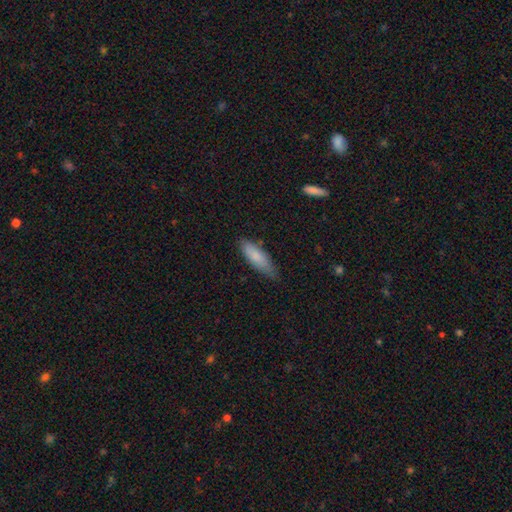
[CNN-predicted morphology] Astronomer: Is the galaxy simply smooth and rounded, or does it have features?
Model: smooth — 81%.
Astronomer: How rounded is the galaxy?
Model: in between — 52% (runner-up: cigar-shaped, 47%).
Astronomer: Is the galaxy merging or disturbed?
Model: none — 70%.